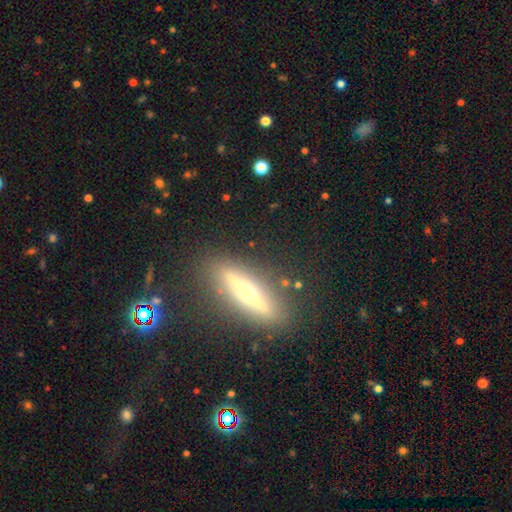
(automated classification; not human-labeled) smooth-or-featured: featured or disk: 58% | smooth: 29% | star or artifact: 13%
  disk-edge-on: yes: 83% | no: 17%
  merging: none: 79% | minor disturbance: 13% | major disturbance: 5% | merger: 3%